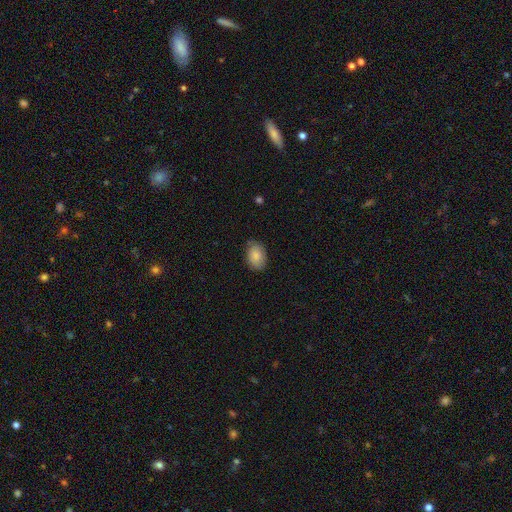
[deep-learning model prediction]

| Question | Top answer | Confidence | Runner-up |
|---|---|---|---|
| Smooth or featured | smooth | 85% | featured or disk (8%) |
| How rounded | in between | 84% | round (15%) |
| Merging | none | 79% | minor disturbance (17%) |